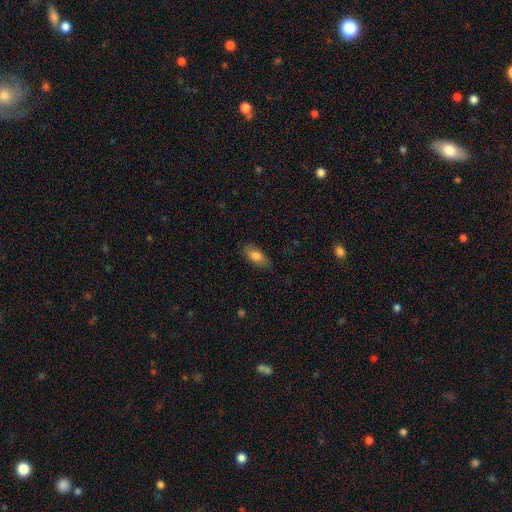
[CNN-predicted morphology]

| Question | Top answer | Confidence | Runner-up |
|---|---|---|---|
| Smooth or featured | smooth | 80% | featured or disk (14%) |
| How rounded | in between | 90% | cigar-shaped (7%) |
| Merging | none | 78% | minor disturbance (17%) |